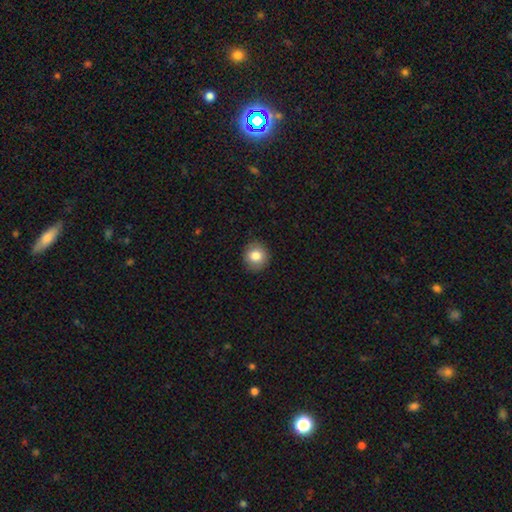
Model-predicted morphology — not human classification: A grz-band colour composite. It shows a smooth galaxy with no disk features (83%) that is round (90%). Merging: none (90%).